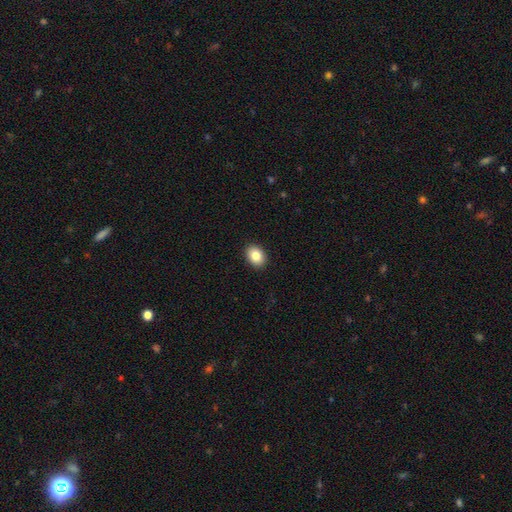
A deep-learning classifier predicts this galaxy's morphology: This appears to be a smooth galaxy with no disk features (85%) that is in between round and cigar-shaped (65%). Merging: none (91%).